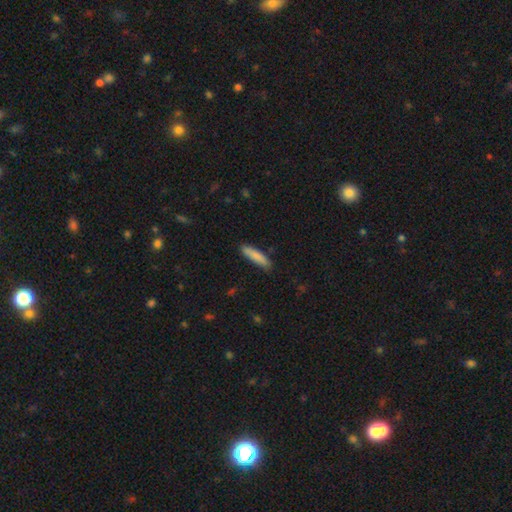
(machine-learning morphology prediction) Overall: smooth (84%). How rounded: cigar-shaped (81%). Merging: none (83%).